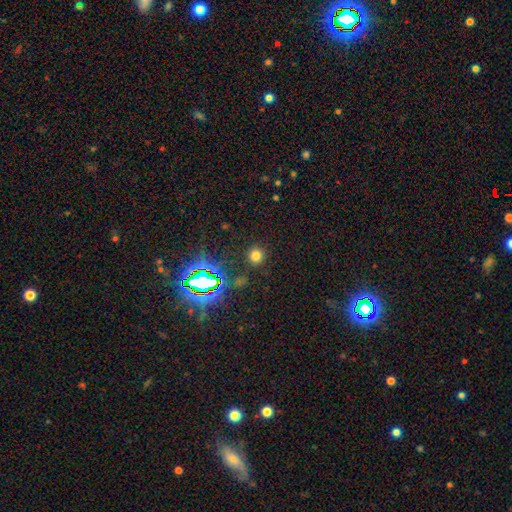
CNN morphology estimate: Q: Smooth or featured?
A: smooth (69%); runner-up: star or artifact (25%)
Q: How rounded?
A: round (89%); runner-up: in between (10%)
Q: Merging?
A: none (88%); runner-up: minor disturbance (7%)